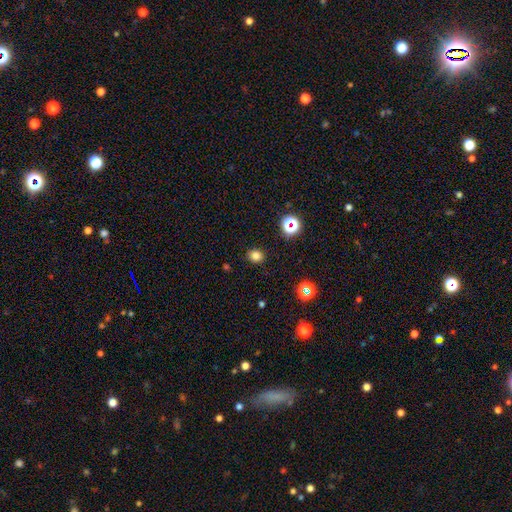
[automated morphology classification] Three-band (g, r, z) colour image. It shows a smooth galaxy with no disk features (79%) that is round (73%). Merging: none (90%).